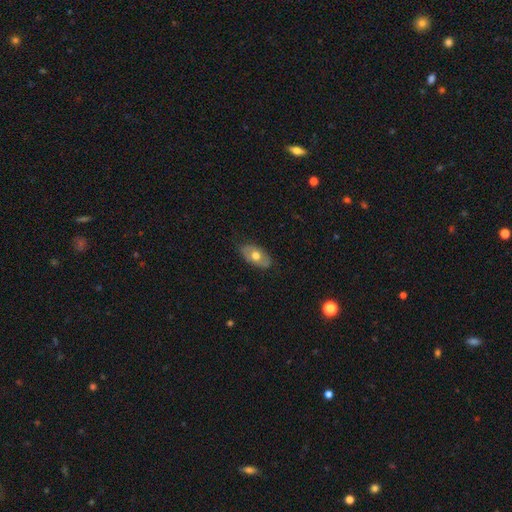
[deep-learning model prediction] Q: Smooth or featured?
A: smooth (58%); runner-up: featured or disk (35%)
Q: How rounded?
A: in between (90%); runner-up: round (8%)
Q: Merging?
A: none (80%); runner-up: minor disturbance (16%)